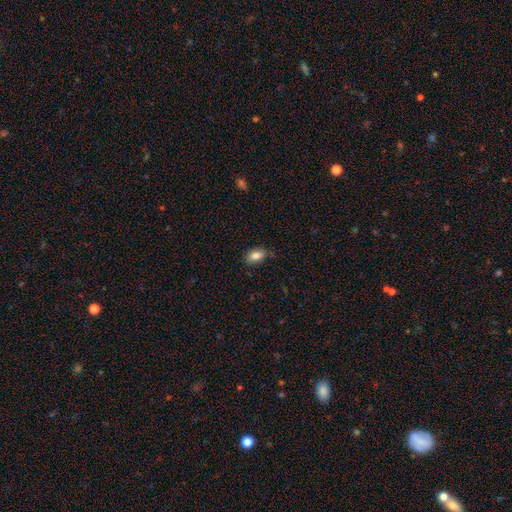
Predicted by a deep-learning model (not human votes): smooth_or_featured: smooth (p=0.84) [alt: star or artifact p=0.09]
how_rounded: in between (p=0.86) [alt: round p=0.11]
merging: none (p=0.74) [alt: minor disturbance p=0.21]